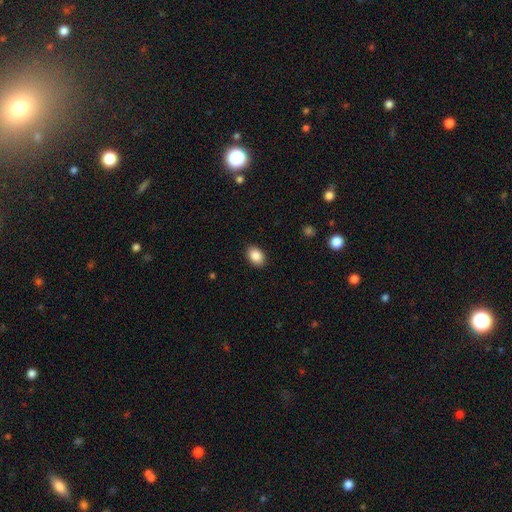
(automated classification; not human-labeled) The model was most divided on "how rounded": in between: 83%, round: 16%, cigar-shaped: 1%. More confident: merging — none (89%); smooth or featured — smooth (88%).